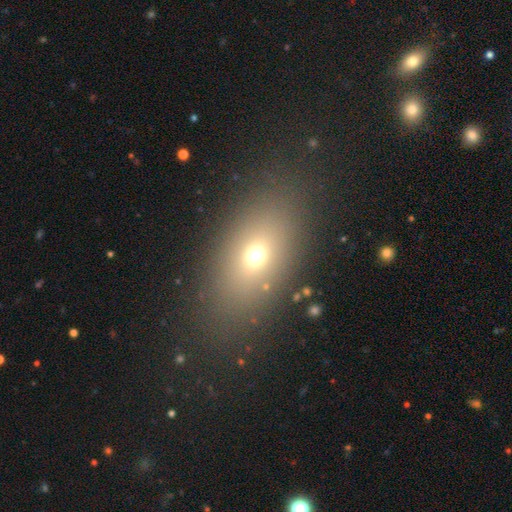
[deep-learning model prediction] smooth 67%, star or artifact 17%, featured or disk 16%. Down the decision tree: how rounded — in between (77%); merging — none (80%).